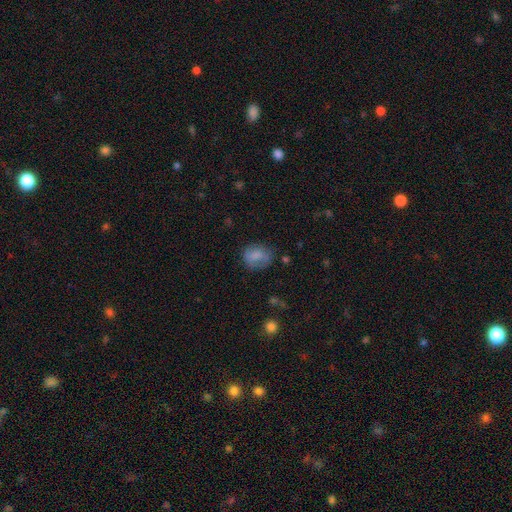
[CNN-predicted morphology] type=smooth (74%); roundness=round (54%); merging=none (60%).